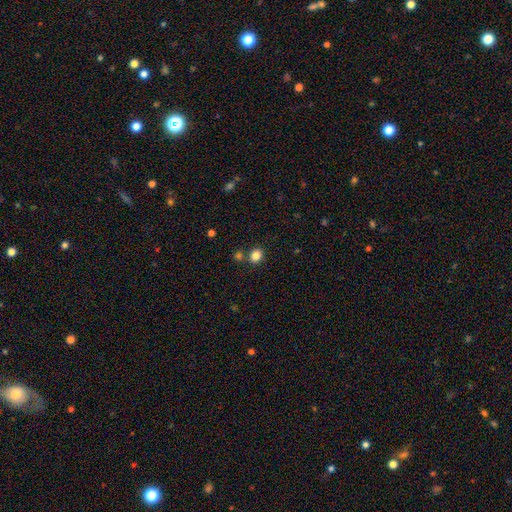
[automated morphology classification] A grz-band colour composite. It shows a smooth galaxy with no disk features (84%) that is round (60%). Merging: none (75%).